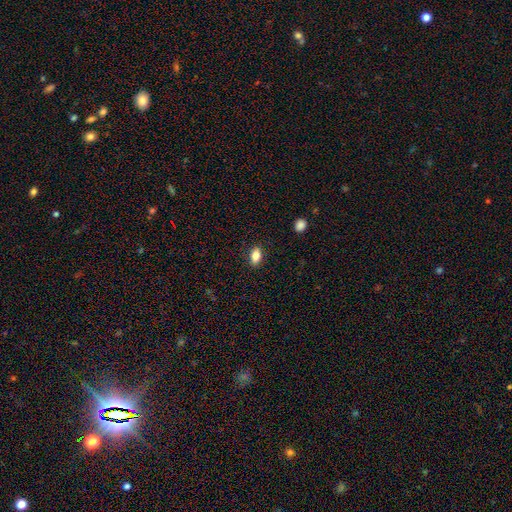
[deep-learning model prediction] smooth_or_featured: smooth (p=0.82) [alt: featured or disk p=0.10]
how_rounded: in between (p=0.86) [alt: round p=0.09]
merging: none (p=0.88) [alt: minor disturbance p=0.09]